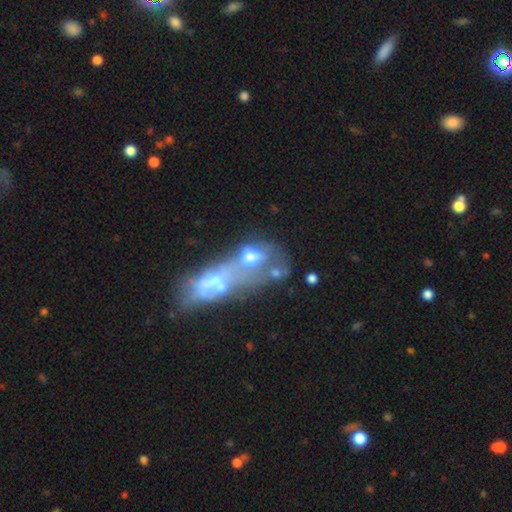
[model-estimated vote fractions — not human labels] This is possibly a featured or disk galaxy (54%). It is clearly not viewed edge-on (89%). Merging: possibly merger (54%).